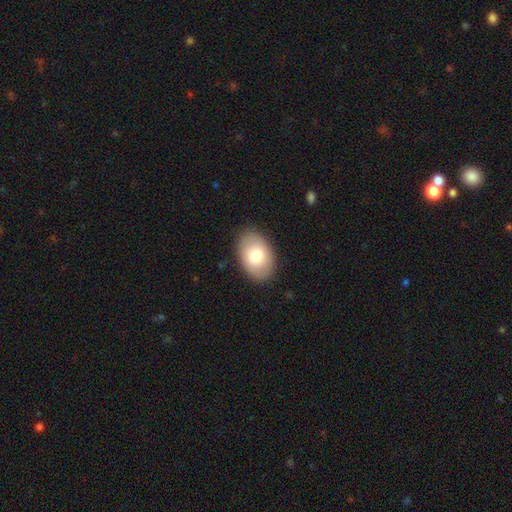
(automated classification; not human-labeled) Smooth or featured?
  - smooth: 80% *
  - featured or disk: 14%
  - star or artifact: 6%
How rounded?
  - in between: 87% *
  - round: 12%
  - cigar-shaped: 1%
Merging?
  - none: 87% *
  - minor disturbance: 10%
  - major disturbance: 2%
  - merger: 1%